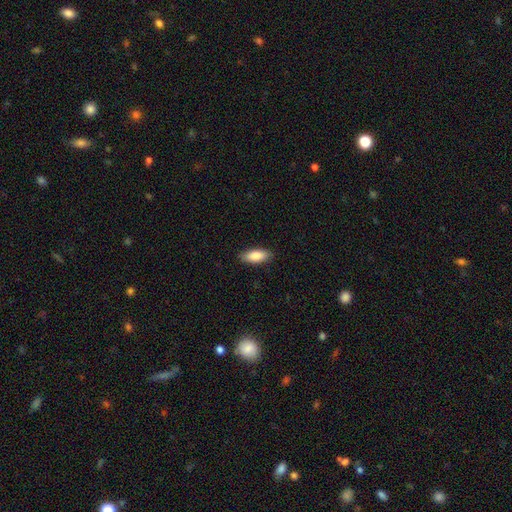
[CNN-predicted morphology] This is clearly a smooth galaxy (86%). How rounded: clearly in between (81%). Merging: clearly none (88%).